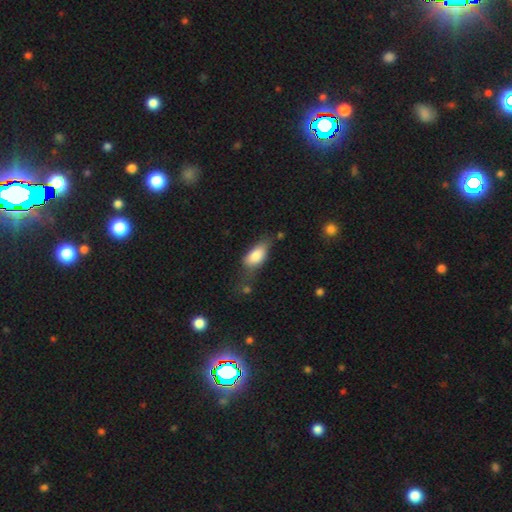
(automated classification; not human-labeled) Smooth or featured: smooth — 82% (featured or disk — 10%)
How rounded: in between — 88% (cigar-shaped — 8%)
Merging: none — 44% (minor disturbance — 33%)